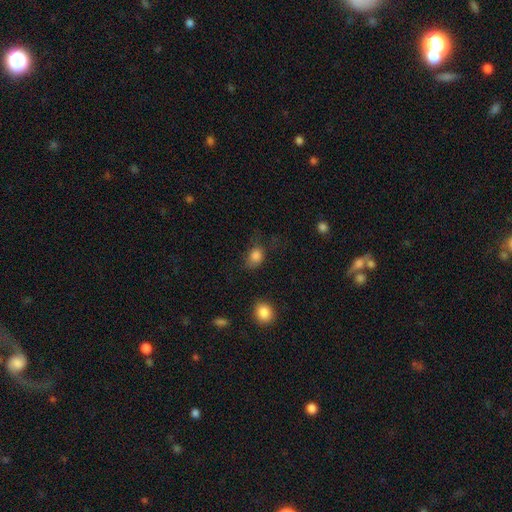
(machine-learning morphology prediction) The model was most divided on "how rounded": in between: 55%, round: 43%, cigar-shaped: 1%. More confident: smooth or featured — smooth (83%); merging — none (52%).